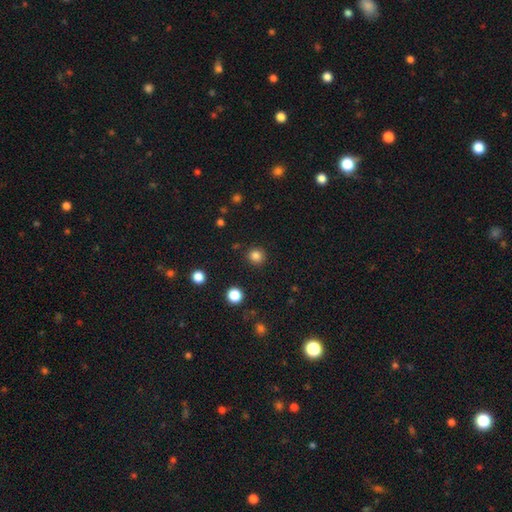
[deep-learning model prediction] This is clearly a smooth galaxy (83%). How rounded: clearly round (92%). Merging: clearly none (90%).